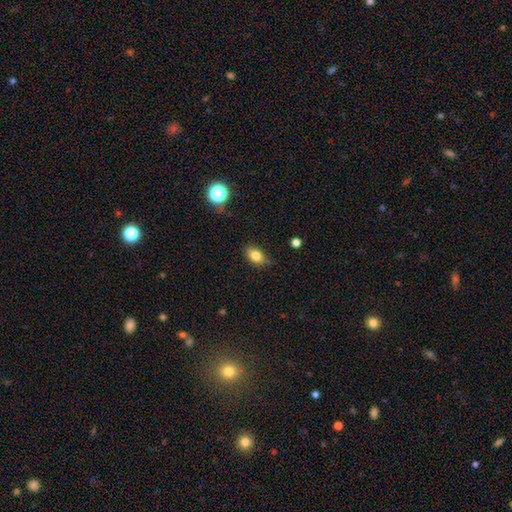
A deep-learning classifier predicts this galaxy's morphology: This appears to be a smooth galaxy with no disk features (82%) that is in between round and cigar-shaped (84%). Merging: none (79%).